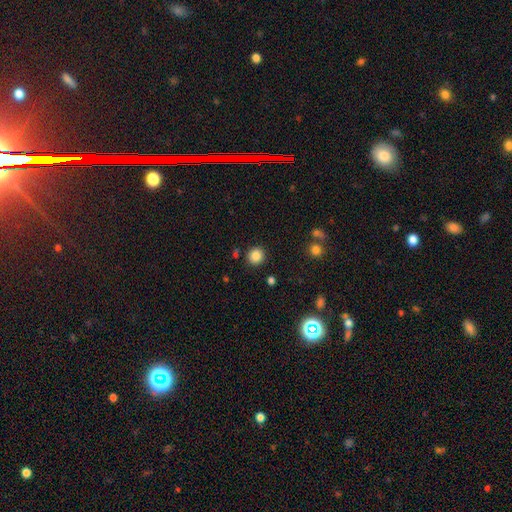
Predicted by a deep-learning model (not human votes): A smooth galaxy with no disk features (85%) that is round (91%). Merging: none (88%).